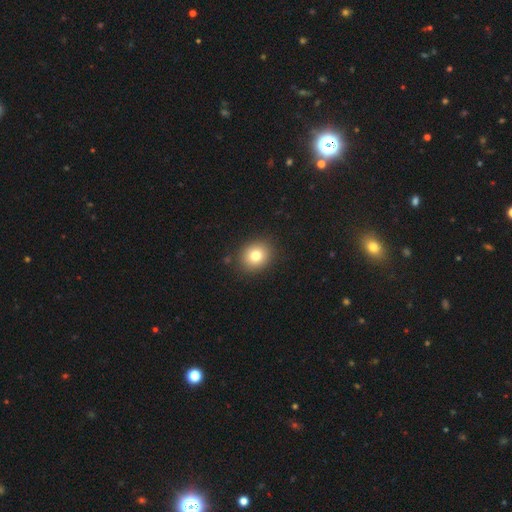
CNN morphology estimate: The model was most divided on "how rounded": round: 74%, in between: 25%, cigar-shaped: 1%. More confident: merging — none (89%); smooth or featured — smooth (78%).